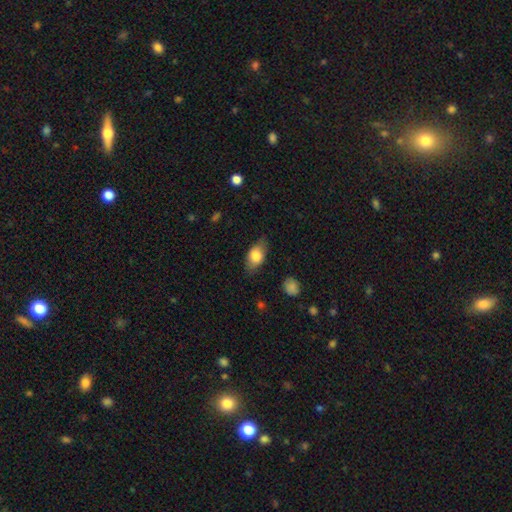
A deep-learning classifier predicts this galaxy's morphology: This is likely a smooth galaxy (76%). How rounded: clearly in between (87%). Merging: likely none (75%).